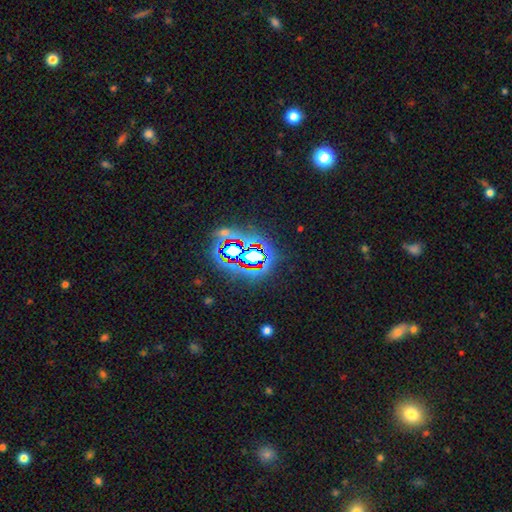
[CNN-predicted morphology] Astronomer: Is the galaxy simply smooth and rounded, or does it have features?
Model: star or artifact — 72%.